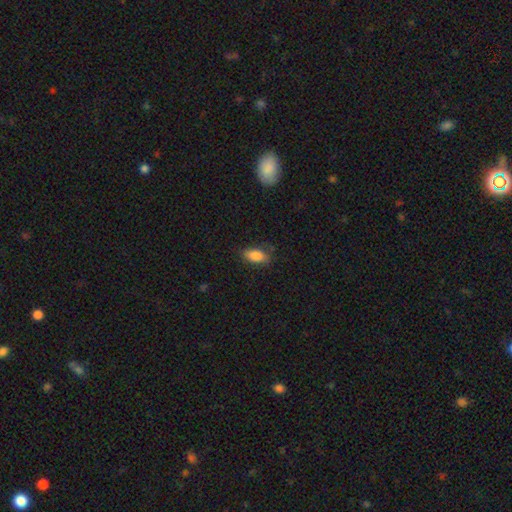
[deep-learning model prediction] Smooth or featured: smooth — 84% (featured or disk — 8%)
How rounded: in between — 88% (cigar-shaped — 8%)
Merging: none — 77% (minor disturbance — 17%)